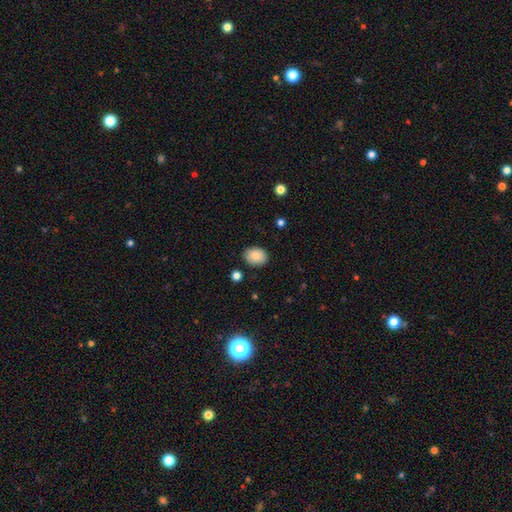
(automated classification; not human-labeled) Smooth or featured?
  - smooth: 86% *
  - star or artifact: 8%
  - featured or disk: 6%
How rounded?
  - in between: 67% *
  - round: 32%
  - cigar-shaped: 1%
Merging?
  - none: 85% *
  - minor disturbance: 11%
  - major disturbance: 2%
  - merger: 2%